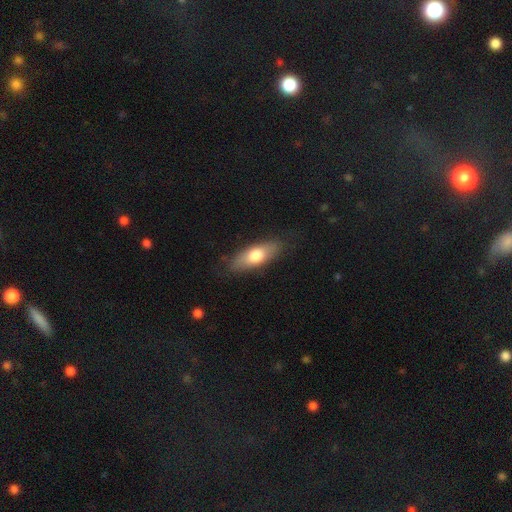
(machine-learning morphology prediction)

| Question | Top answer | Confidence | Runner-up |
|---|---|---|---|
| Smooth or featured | smooth | 68% | featured or disk (26%) |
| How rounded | in between | 67% | cigar-shaped (30%) |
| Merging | none | 82% | minor disturbance (14%) |